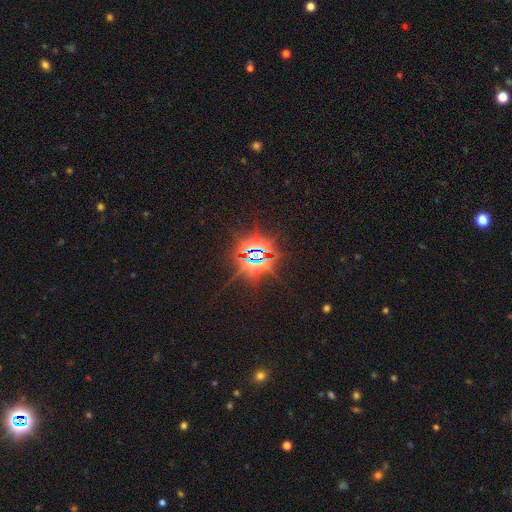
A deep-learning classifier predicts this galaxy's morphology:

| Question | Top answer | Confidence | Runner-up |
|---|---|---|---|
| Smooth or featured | star or artifact | 84% | smooth (8%) |